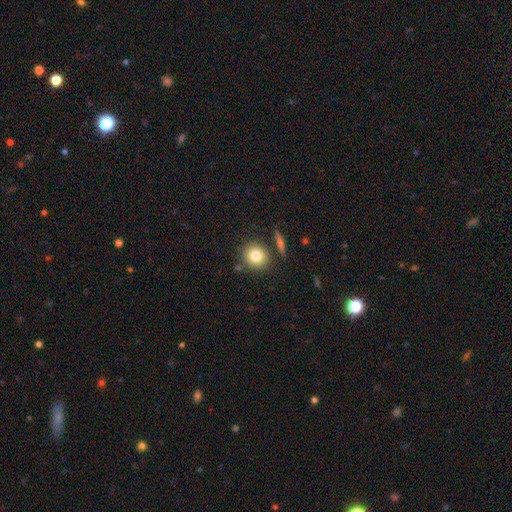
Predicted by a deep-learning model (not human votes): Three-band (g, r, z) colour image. It shows a smooth galaxy with no disk features (81%) that is round (85%). Merging: none (80%).